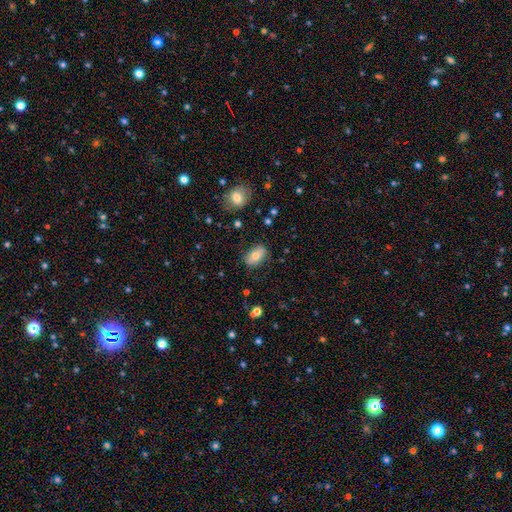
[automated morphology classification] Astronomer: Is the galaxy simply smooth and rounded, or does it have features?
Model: smooth — 73%.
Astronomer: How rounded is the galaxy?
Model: in between — 89%.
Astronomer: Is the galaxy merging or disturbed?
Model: none — 79%.